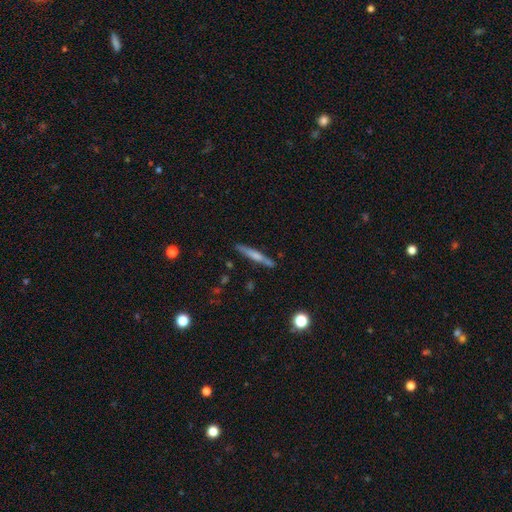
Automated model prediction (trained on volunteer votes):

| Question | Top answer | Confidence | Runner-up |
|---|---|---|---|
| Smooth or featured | smooth | 50% | featured or disk (44%) |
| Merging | none | 84% | minor disturbance (11%) |